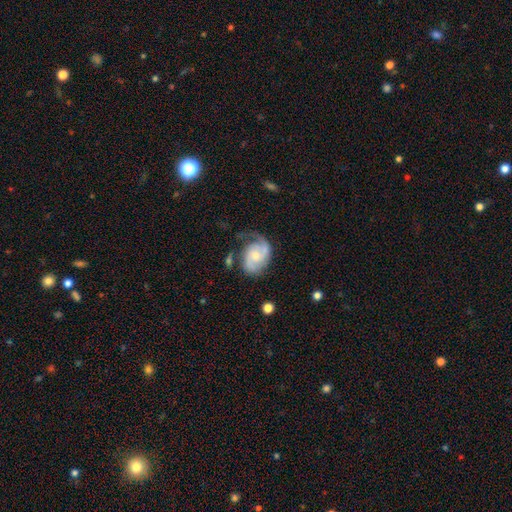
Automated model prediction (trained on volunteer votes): Smooth or featured? featured or disk (79%)
Edge-on disk? no (97%)
Bar? no (66%)
Spiral arms? yes (95%)
Spiral winding? medium (44%)
Spiral arm count? 2 (67%)
Bulge size? small (53%)
Merging? none (53%)